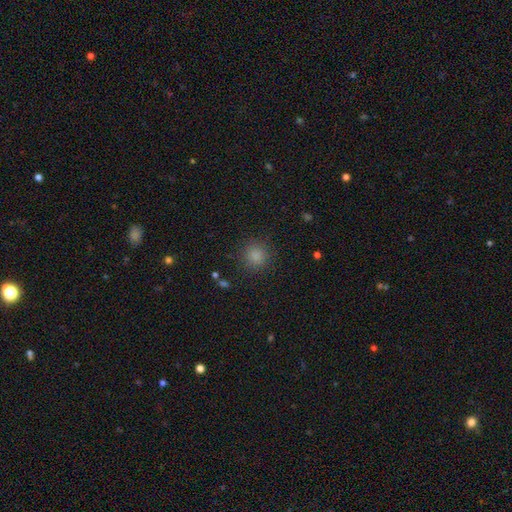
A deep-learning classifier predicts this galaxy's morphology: A smooth galaxy with no disk features (84%) that is round (92%). Merging: none (88%).